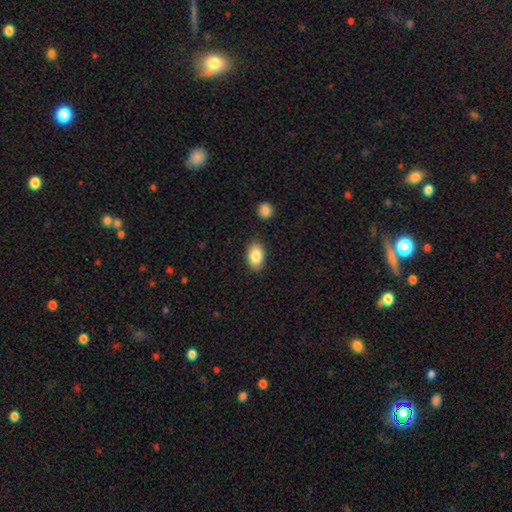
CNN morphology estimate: Overall: smooth (84%). How rounded: in between (90%). Merging: none (86%).